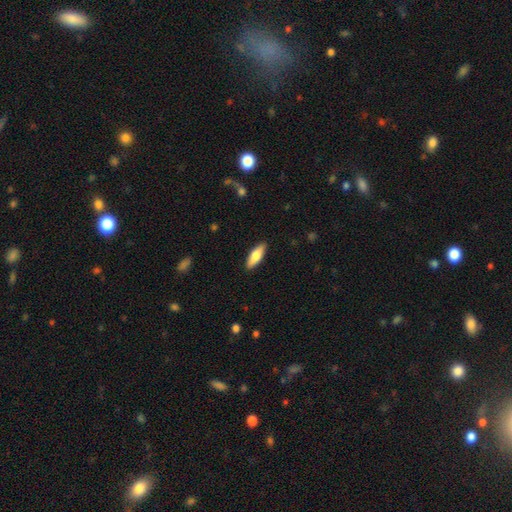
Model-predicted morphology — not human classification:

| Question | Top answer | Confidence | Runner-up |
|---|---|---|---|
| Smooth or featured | smooth | 74% | featured or disk (21%) |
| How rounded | in between | 60% | cigar-shaped (38%) |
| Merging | none | 89% | minor disturbance (8%) |